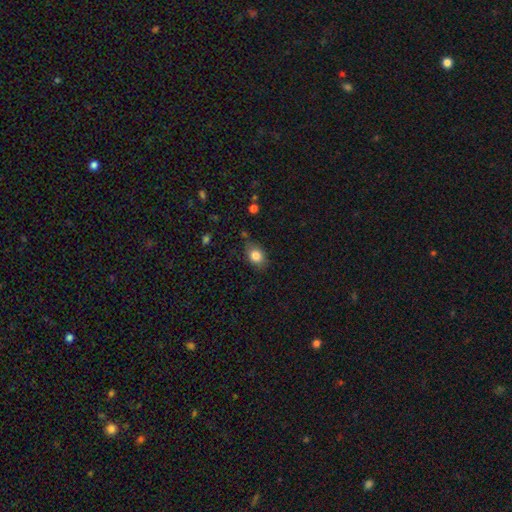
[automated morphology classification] Smooth or featured? smooth (83%)
How rounded? in between (69%)
Merging? none (75%)